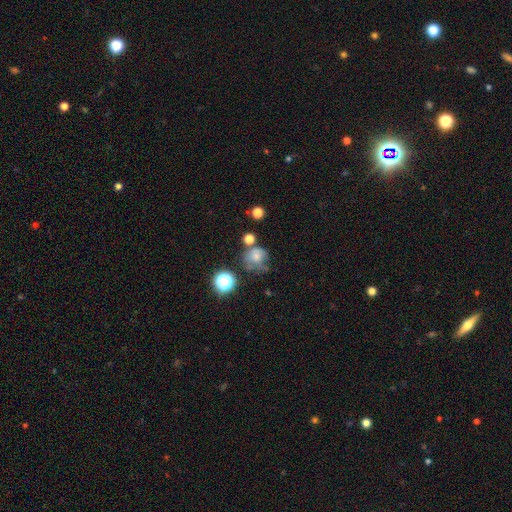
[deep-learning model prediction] The model was most divided on "merging": none: 41%, minor disturbance: 25%, major disturbance: 20%, merger: 13%. More confident: how rounded — round (75%); smooth or featured — smooth (59%).